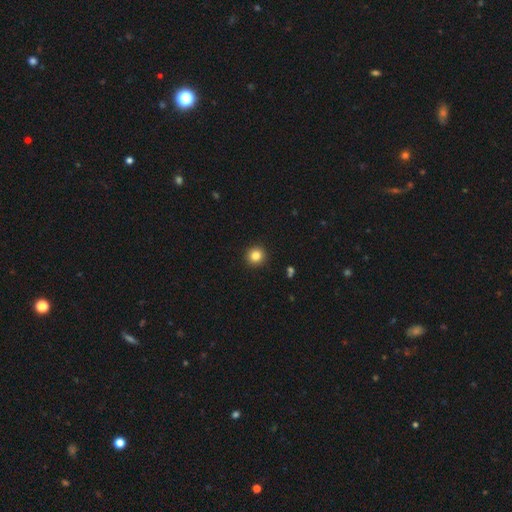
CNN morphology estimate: smooth_or_featured: smooth (p=0.84) [alt: star or artifact p=0.11]
how_rounded: round (p=0.92) [alt: in between p=0.07]
merging: none (p=0.93) [alt: minor disturbance p=0.05]